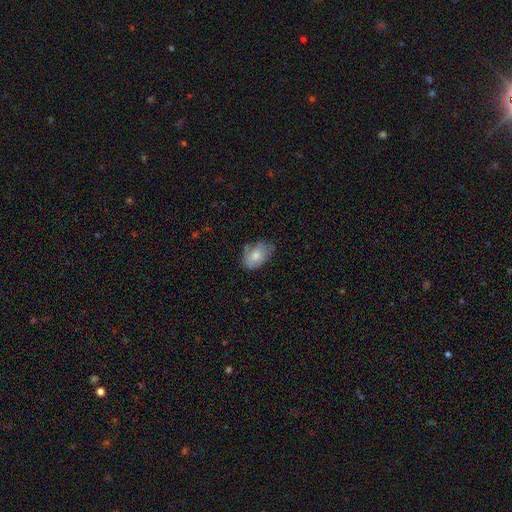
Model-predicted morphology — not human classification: A smooth galaxy with no disk features (70%) that is in between round and cigar-shaped (87%). Merging: none (47%).